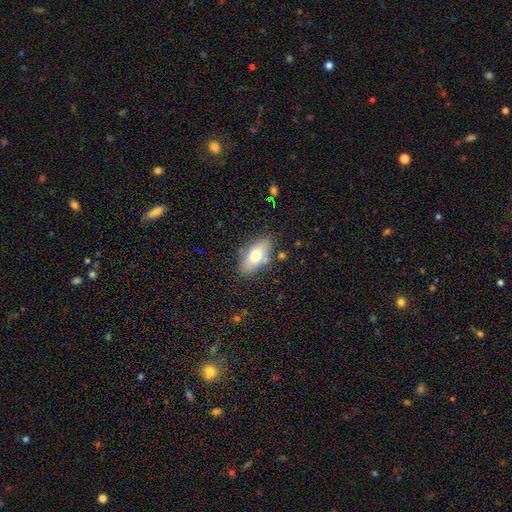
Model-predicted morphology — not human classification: smooth 68%, featured or disk 24%, star or artifact 8%. Down the decision tree: how rounded — in between (87%); merging — none (79%).